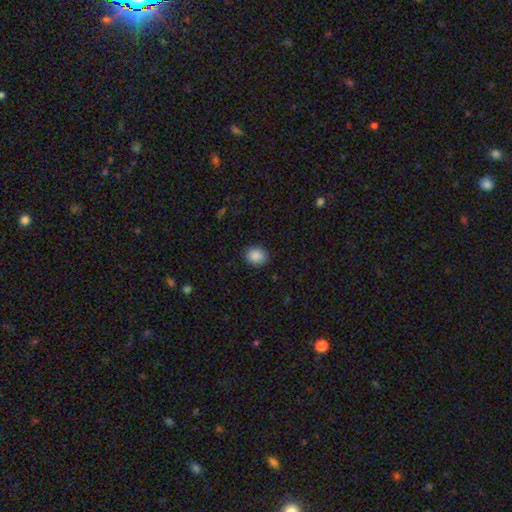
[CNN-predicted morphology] smooth_or_featured: smooth (p=0.89) [alt: star or artifact p=0.08]
how_rounded: round (p=0.64) [alt: in between p=0.35]
merging: none (p=0.88) [alt: minor disturbance p=0.08]